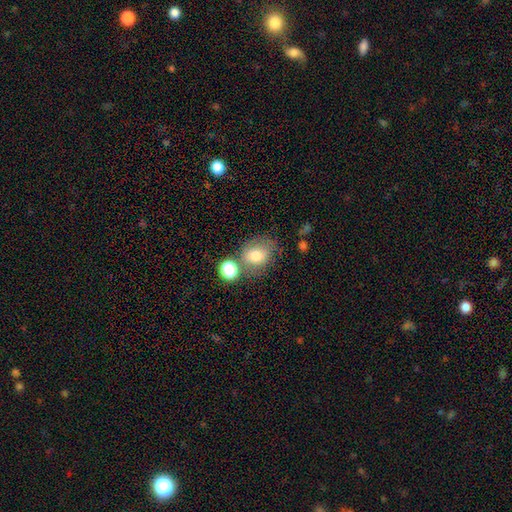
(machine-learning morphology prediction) Smooth or featured: smooth — 73% (featured or disk — 15%)
How rounded: round — 62% (in between — 37%)
Merging: none — 55% (merger — 18%)